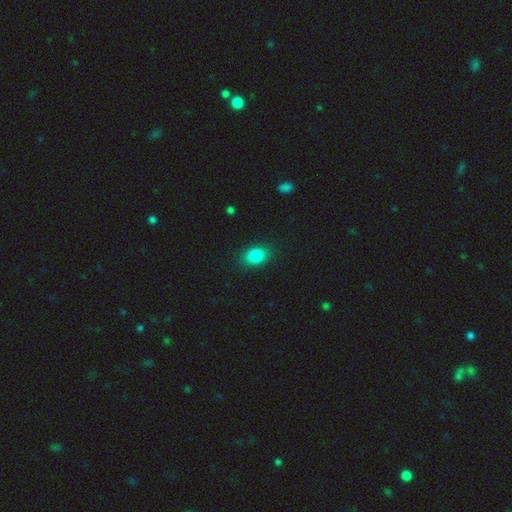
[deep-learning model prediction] This is clearly a smooth galaxy (85%). How rounded: likely in between (76%). Merging: clearly none (87%).